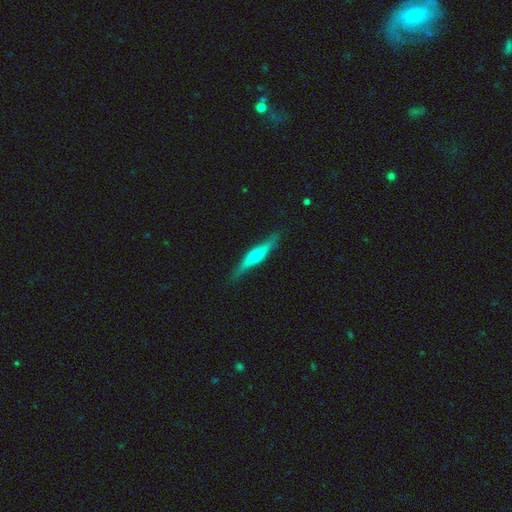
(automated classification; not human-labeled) Overall: featured or disk (64%; smooth 31%). Edge-on disk: yes (93%). Edge-on bulge: rounded (89%). Merging: none (84%).